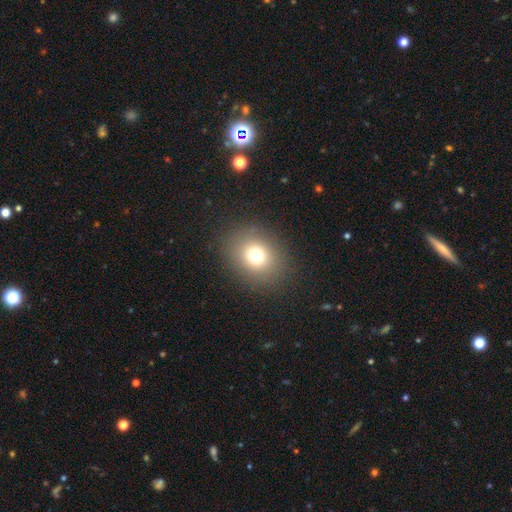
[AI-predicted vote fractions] This is likely a smooth galaxy (74%). How rounded: likely round (65%). Merging: clearly none (87%).